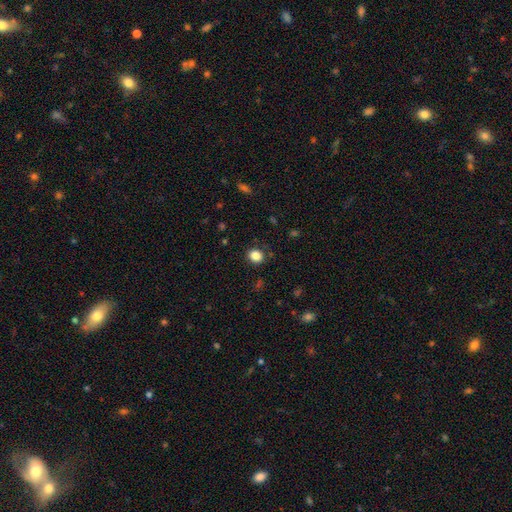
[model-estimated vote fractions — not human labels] Q: Smooth or featured?
A: smooth (84%); runner-up: star or artifact (11%)
Q: How rounded?
A: round (73%); runner-up: in between (26%)
Q: Merging?
A: none (87%); runner-up: minor disturbance (9%)